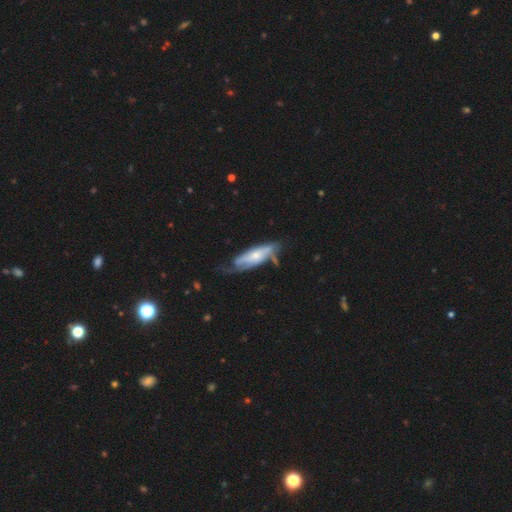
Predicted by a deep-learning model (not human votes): Smooth or featured?
  - featured or disk: 59% *
  - smooth: 36%
  - star or artifact: 5%
Edge-on disk?
  - no: 68% *
  - yes: 32%
Merging?
  - none: 43% *
  - minor disturbance: 31%
  - major disturbance: 19%
  - merger: 6%